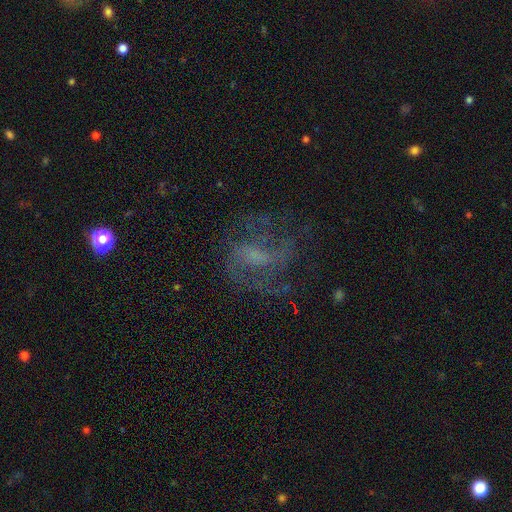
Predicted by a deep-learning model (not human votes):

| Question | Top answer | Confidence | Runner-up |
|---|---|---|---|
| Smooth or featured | featured or disk | 69% | smooth (16%) |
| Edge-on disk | no | 96% | yes (4%) |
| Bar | weak | 46% | no (36%) |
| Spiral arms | yes | 80% | no (20%) |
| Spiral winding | medium | 47% | loose (32%) |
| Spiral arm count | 2 | 44% | can't tell (28%) |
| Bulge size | none | 37% | small (33%) |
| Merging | none | 57% | major disturbance (24%) |